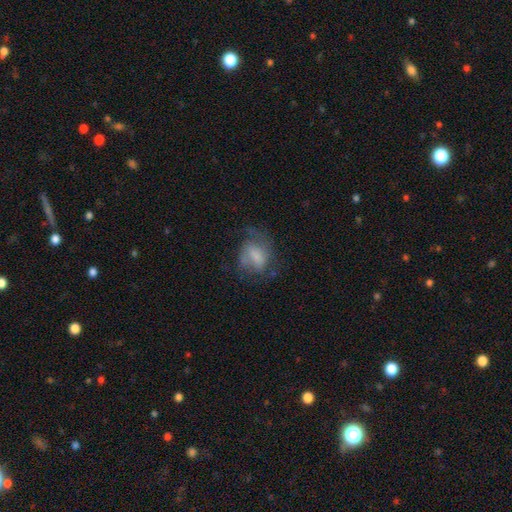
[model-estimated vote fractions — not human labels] Smooth or featured?
  - smooth: 49% *
  - featured or disk: 41%
  - star or artifact: 10%
Merging?
  - none: 39% *
  - major disturbance: 32%
  - minor disturbance: 26%
  - merger: 3%